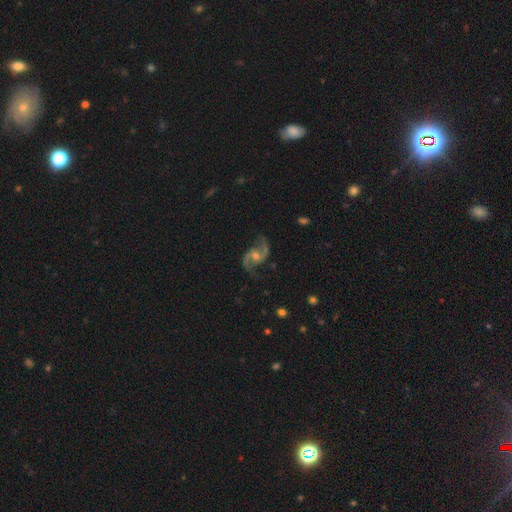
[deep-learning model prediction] Smooth or featured?
  - featured or disk: 92% *
  - star or artifact: 5%
  - smooth: 4%
Edge-on disk?
  - no: 98% *
  - yes: 2%
Bar?
  - no: 49% *
  - weak: 40%
  - strong: 11%
Spiral arms?
  - yes: 98% *
  - no: 2%
Spiral winding?
  - loose: 55% *
  - medium: 38%
  - tight: 7%
Spiral arm count?
  - 2: 94% *
  - can't tell: 1%
  - 1: 1%
  - 3: 1%
  - 4: 1%
  - more than 4: 1%
Bulge size?
  - moderate: 56% *
  - small: 37%
  - large: 3%
  - none: 3%
  - dominant: 1%
Merging?
  - none: 80% *
  - minor disturbance: 13%
  - major disturbance: 5%
  - merger: 1%